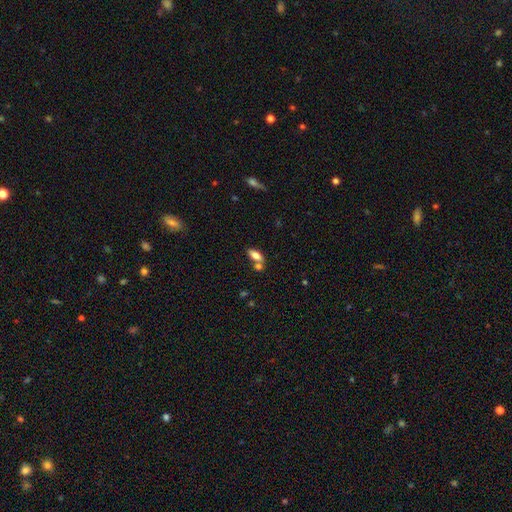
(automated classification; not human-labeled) The model was most divided on "merging": none: 58%, merger: 26%, minor disturbance: 12%, major disturbance: 4%. More confident: how rounded — in between (79%); smooth or featured — smooth (74%).